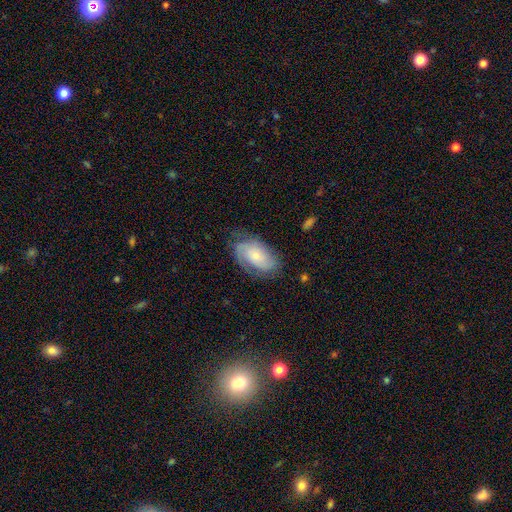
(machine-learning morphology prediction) A featured or disk galaxy (56%) with no bar (78%), spiral arms (85%) and a small central bulge (65%). Merging: none (65%).